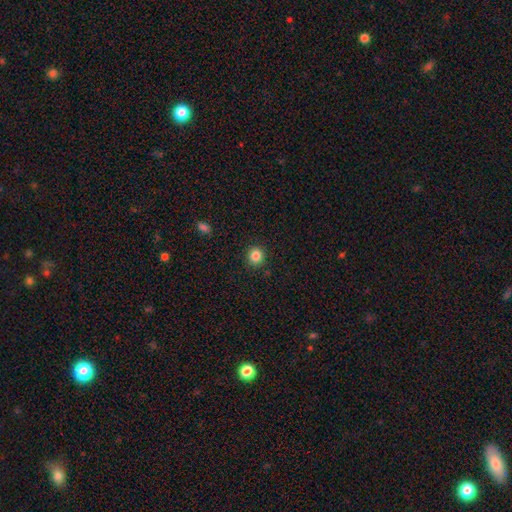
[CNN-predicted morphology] This appears to be a smooth galaxy with no disk features (84%) that is round (89%). Merging: none (91%).